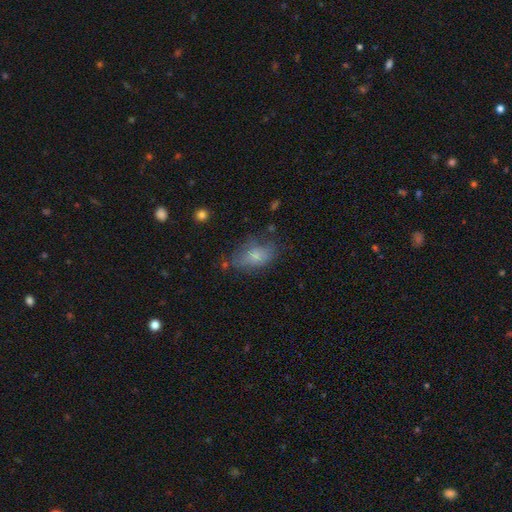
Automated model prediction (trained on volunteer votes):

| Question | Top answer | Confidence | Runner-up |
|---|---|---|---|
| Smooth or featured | smooth | 70% | featured or disk (20%) |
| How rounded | in between | 87% | round (10%) |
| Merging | none | 53% | minor disturbance (28%) |